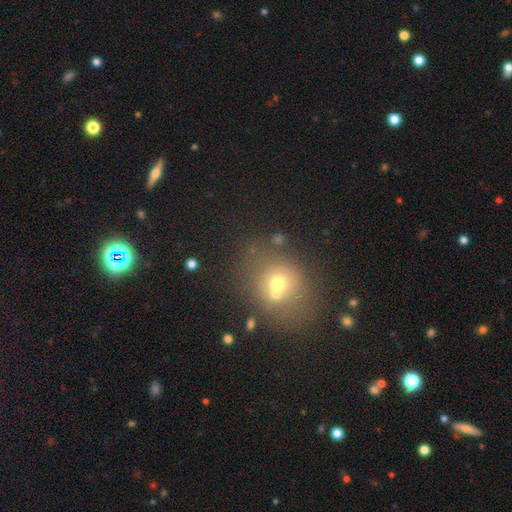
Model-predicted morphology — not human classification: This appears to be a smooth galaxy with no disk features (56%) that is round (70%). Merging: none (52%).